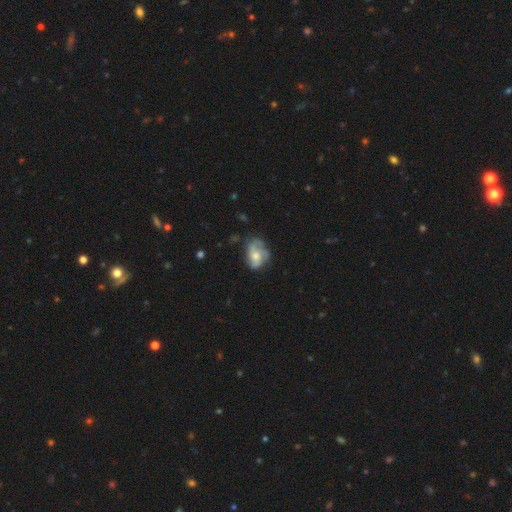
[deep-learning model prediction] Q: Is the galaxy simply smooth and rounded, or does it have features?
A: featured or disk — 62%.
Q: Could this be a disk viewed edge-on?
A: no — 97%.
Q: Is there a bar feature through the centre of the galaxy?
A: no — 74%.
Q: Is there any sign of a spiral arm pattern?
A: yes — 80%.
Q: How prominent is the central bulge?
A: moderate — 58%.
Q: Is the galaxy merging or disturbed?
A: none — 51%.